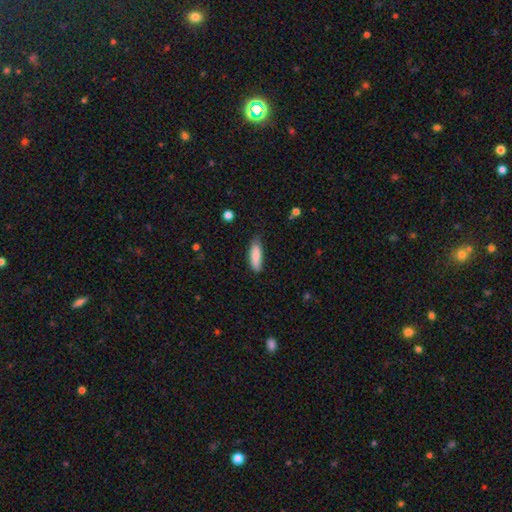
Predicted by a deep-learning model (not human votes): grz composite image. It shows a smooth galaxy with no disk features (85%) that is in between round and cigar-shaped (53%). Merging: none (74%).